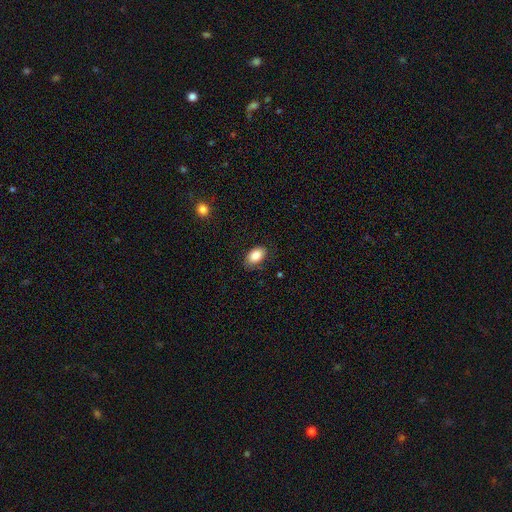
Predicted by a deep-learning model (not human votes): smooth 85%, featured or disk 8%, star or artifact 7%. Down the decision tree: how rounded — in between (91%); merging — none (82%).